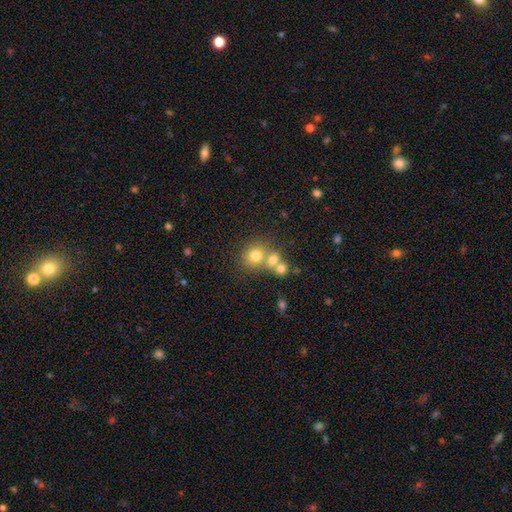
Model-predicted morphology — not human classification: Overall: smooth (73%). How rounded: round (81%). Merging: none (50%; merger 38%).